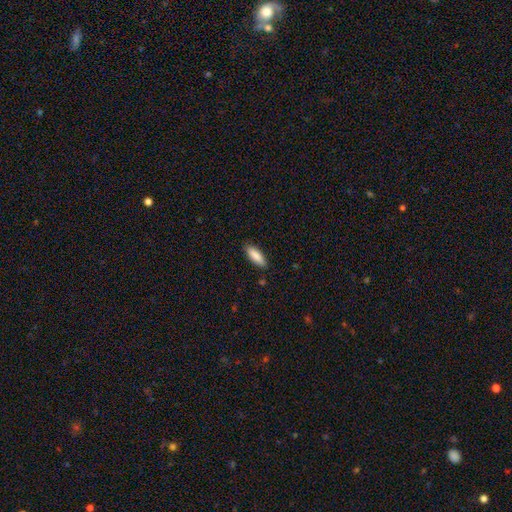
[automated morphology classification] This is clearly a smooth galaxy (87%). How rounded: likely in between (61%). Merging: clearly none (87%).